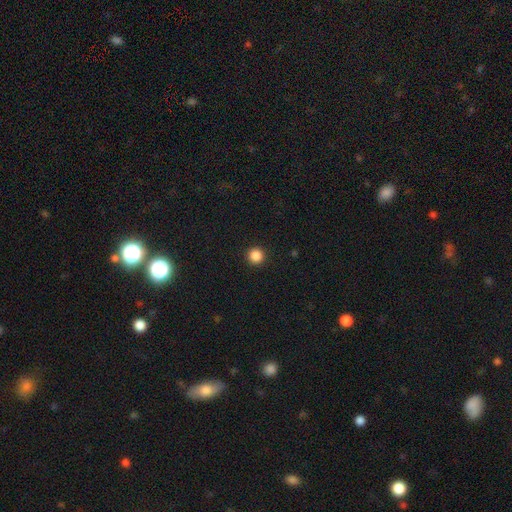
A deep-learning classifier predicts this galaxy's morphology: A smooth galaxy with no disk features (86%) that is round (96%).

Vote fractions:
- Smooth or featured? smooth: 86% / star or artifact: 11% / featured or disk: 3%
- How rounded? round: 96% / in between: 3% / cigar-shaped: 1%
- Merging? none: 93% / minor disturbance: 4% / major disturbance: 2% / merger: 1%